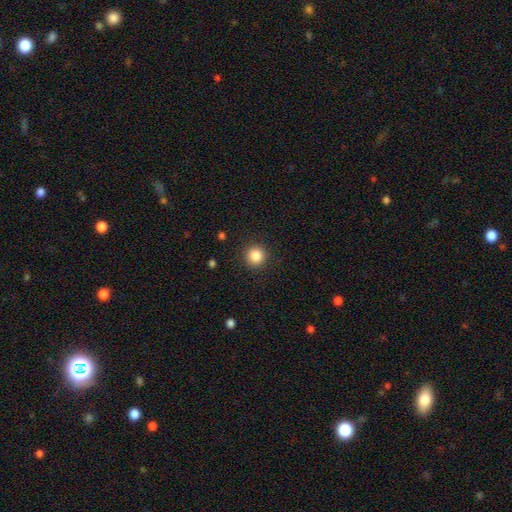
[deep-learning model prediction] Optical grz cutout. It shows a smooth galaxy with no disk features (86%) that is round (94%). Merging: none (91%).